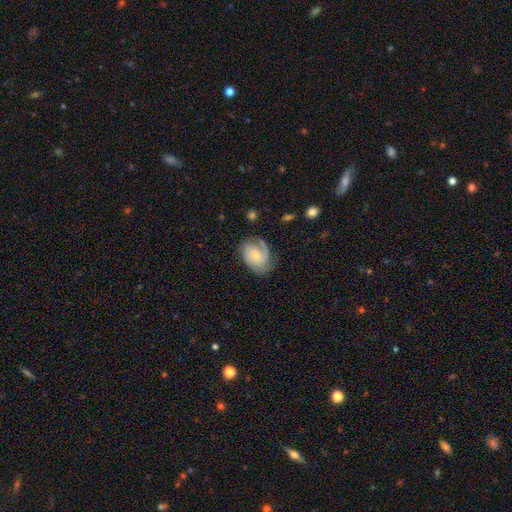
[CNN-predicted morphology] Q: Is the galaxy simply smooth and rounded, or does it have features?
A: featured or disk — 67%.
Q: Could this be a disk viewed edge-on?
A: no — 97%.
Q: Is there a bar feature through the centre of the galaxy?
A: no — 69%.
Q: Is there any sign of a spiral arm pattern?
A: yes — 93%.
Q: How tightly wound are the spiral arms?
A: tight — 48%.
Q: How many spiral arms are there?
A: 2 — 32%.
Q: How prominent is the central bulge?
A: small — 61%.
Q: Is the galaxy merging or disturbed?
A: none — 63%.